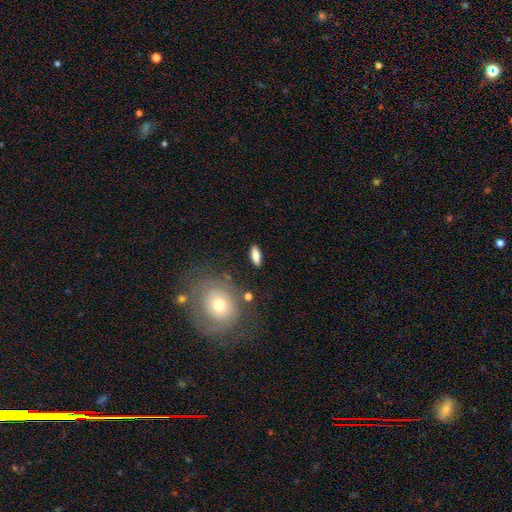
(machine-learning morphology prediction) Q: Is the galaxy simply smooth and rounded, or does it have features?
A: smooth — 78%.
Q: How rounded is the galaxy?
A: in between — 66%.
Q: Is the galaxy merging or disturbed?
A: none — 84%.